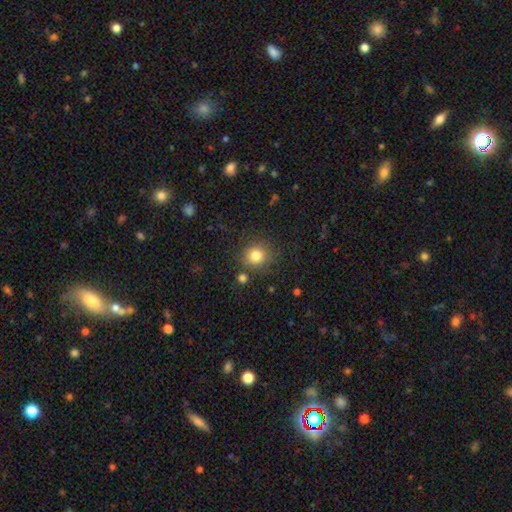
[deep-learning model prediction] Smooth or featured?
  - smooth: 81% *
  - star or artifact: 12%
  - featured or disk: 7%
How rounded?
  - round: 89% *
  - in between: 10%
  - cigar-shaped: 1%
Merging?
  - none: 83% *
  - minor disturbance: 9%
  - merger: 5%
  - major disturbance: 3%